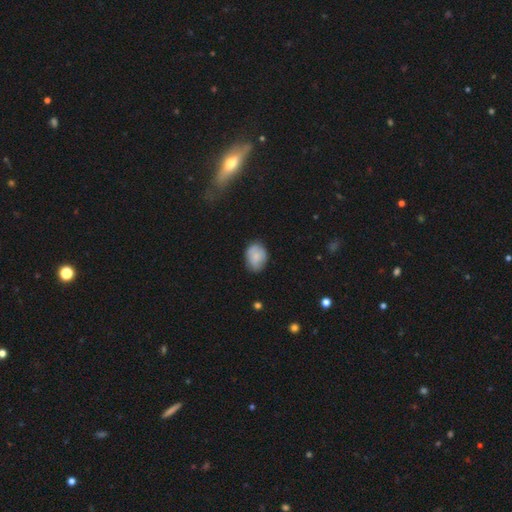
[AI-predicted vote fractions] smooth_or_featured: smooth (p=0.78) [alt: featured or disk p=0.14]
how_rounded: in between (p=0.70) [alt: round p=0.29]
merging: none (p=0.75) [alt: minor disturbance p=0.20]